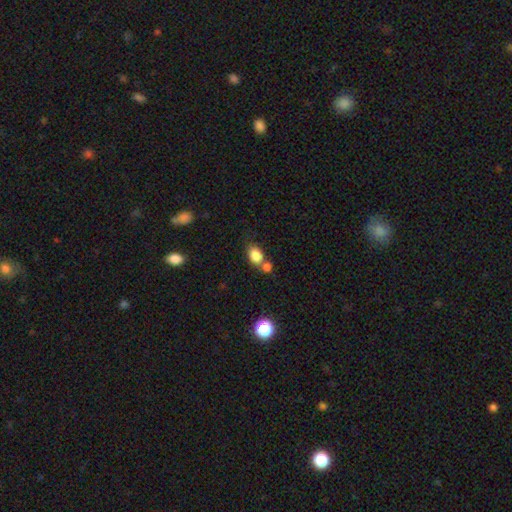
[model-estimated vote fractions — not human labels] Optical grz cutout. It shows a smooth galaxy with no disk features (83%) that is in between round and cigar-shaped (70%). Merging: none (50%).